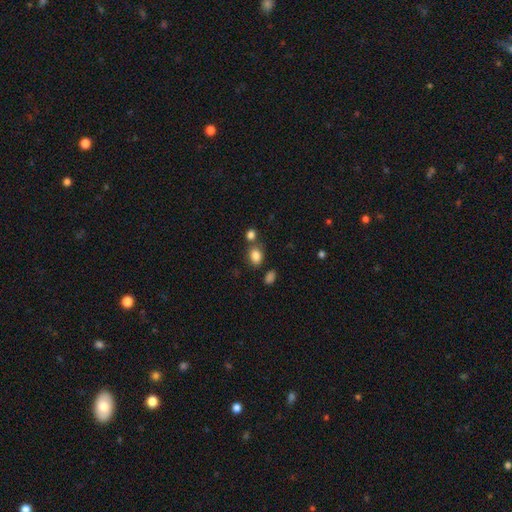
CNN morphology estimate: This is clearly a smooth galaxy (83%). How rounded: possibly in between (59%). Merging: likely none (66%).